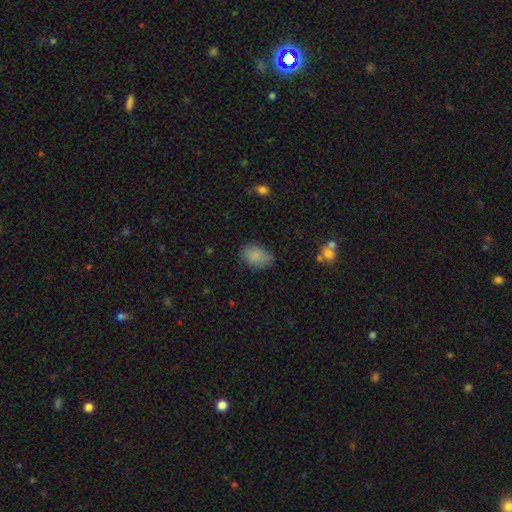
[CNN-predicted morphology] Smooth or featured?
  - smooth: 84% *
  - star or artifact: 8%
  - featured or disk: 8%
How rounded?
  - in between: 77% *
  - round: 22%
  - cigar-shaped: 1%
Merging?
  - none: 68% *
  - minor disturbance: 24%
  - major disturbance: 6%
  - merger: 2%